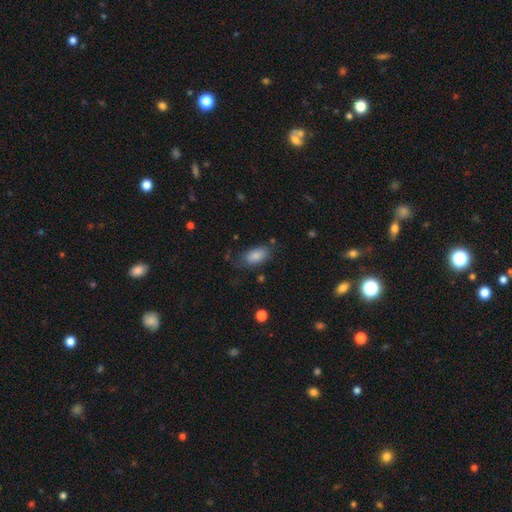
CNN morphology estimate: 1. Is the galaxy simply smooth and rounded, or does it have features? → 83% smooth, 9% featured or disk, 8% star or artifact.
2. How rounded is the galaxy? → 91% in between, 4% cigar-shaped, 4% round.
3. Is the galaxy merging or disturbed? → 68% none, 22% minor disturbance, 7% major disturbance, 3% merger.